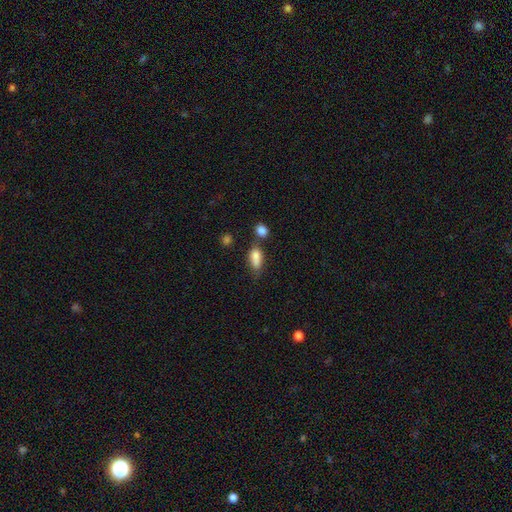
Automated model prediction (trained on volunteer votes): This is likely a smooth galaxy (80%). How rounded: clearly in between (80%). Merging: marginally none (39%).